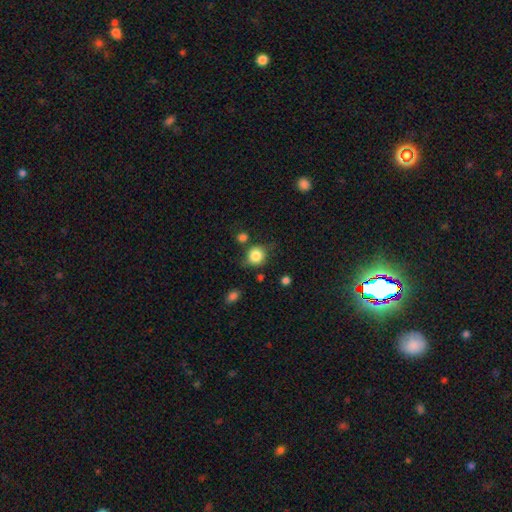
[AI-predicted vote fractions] This is clearly a smooth galaxy (83%). How rounded: clearly round (84%). Merging: likely none (70%).